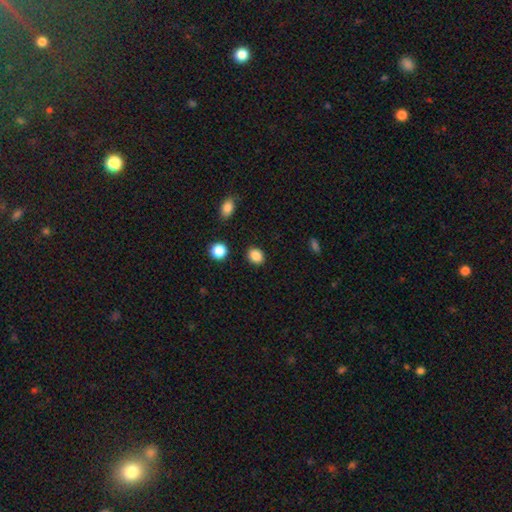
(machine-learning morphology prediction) Smooth or featured?
  - smooth: 87% *
  - star or artifact: 9%
  - featured or disk: 4%
How rounded?
  - in between: 51% *
  - round: 48%
  - cigar-shaped: 1%
Merging?
  - none: 87% *
  - minor disturbance: 8%
  - major disturbance: 3%
  - merger: 2%